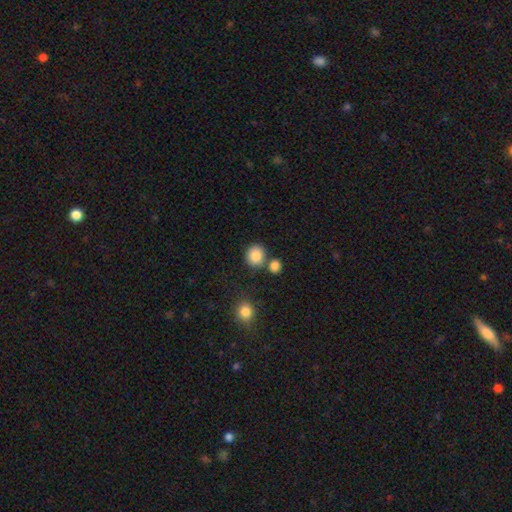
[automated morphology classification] Smooth or featured? Predicted: smooth (p=0.86). How rounded? Predicted: round (p=0.78). Merging? Predicted: none (p=0.70).